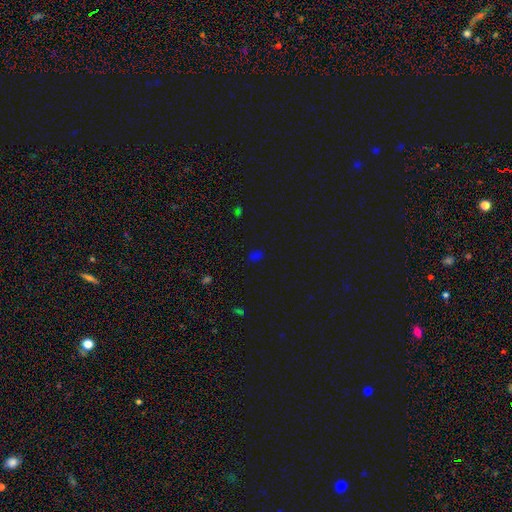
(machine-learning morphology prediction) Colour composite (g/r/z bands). It shows a smooth galaxy with no disk features (50%) that is in between round and cigar-shaped (60%). Merging: none (78%).